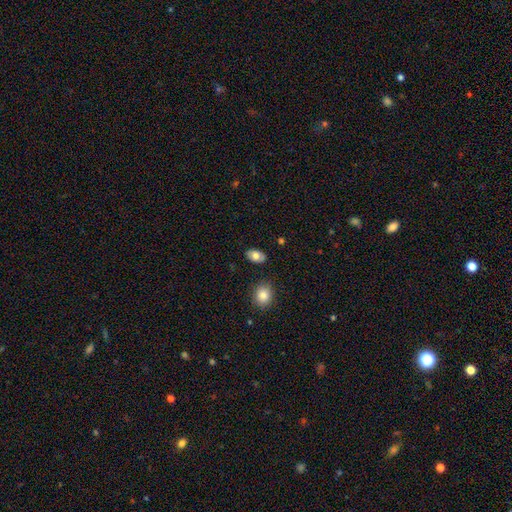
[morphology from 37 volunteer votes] smooth-or-featured: smooth: 70% | featured or disk: 24% | star or artifact: 5%
  how-rounded: in between: 100% | round: 0% | cigar-shaped: 0%
  merging: none: 86% | minor disturbance: 6% | merger: 6% | major disturbance: 3%